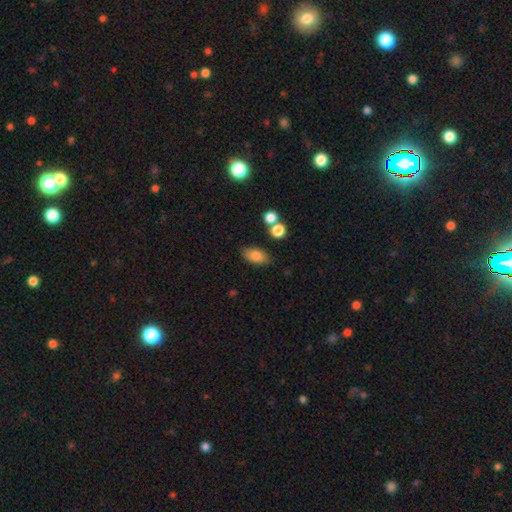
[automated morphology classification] A smooth galaxy with no disk features (81%) that is in between round and cigar-shaped (88%).

Vote fractions:
- Smooth or featured? smooth: 81% / featured or disk: 10% / star or artifact: 8%
- How rounded? in between: 88% / round: 6% / cigar-shaped: 5%
- Merging? none: 78% / minor disturbance: 12% / merger: 6% / major disturbance: 3%